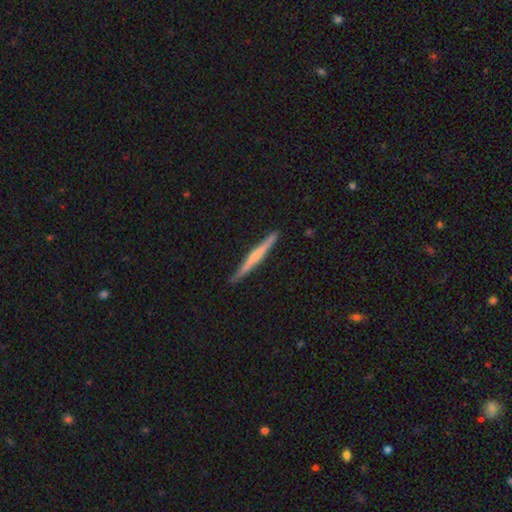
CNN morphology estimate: A featured or disk galaxy (53%) viewed edge-on (97%) with no central bulge (53%). Merging: none (89%).